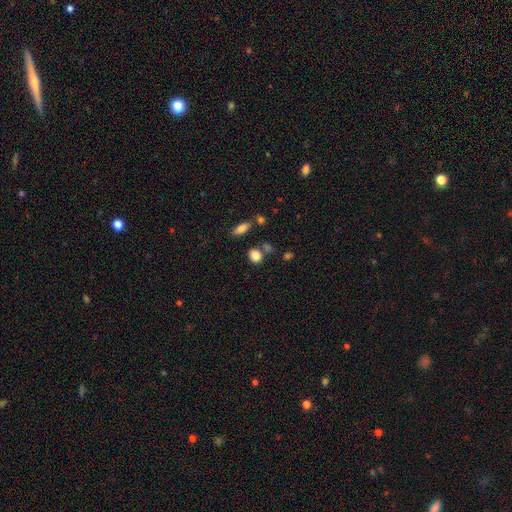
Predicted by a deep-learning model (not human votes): The model was most divided on "how rounded": round: 63%, in between: 35%, cigar-shaped: 2%. More confident: smooth or featured — smooth (84%); merging — none (70%).